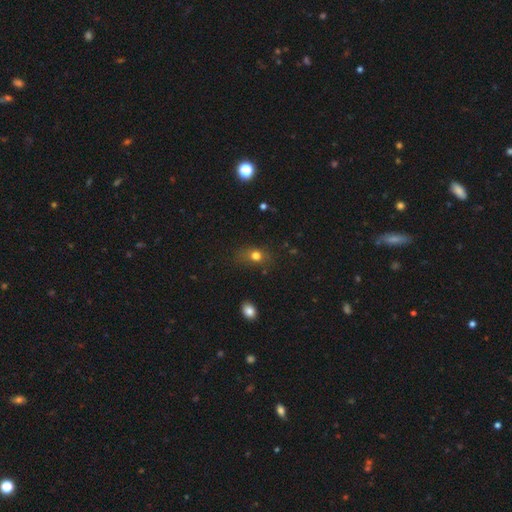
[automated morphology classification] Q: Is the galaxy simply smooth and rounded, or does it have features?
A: smooth — 74%.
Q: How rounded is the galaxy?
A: in between — 52%.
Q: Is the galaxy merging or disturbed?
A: none — 60%.